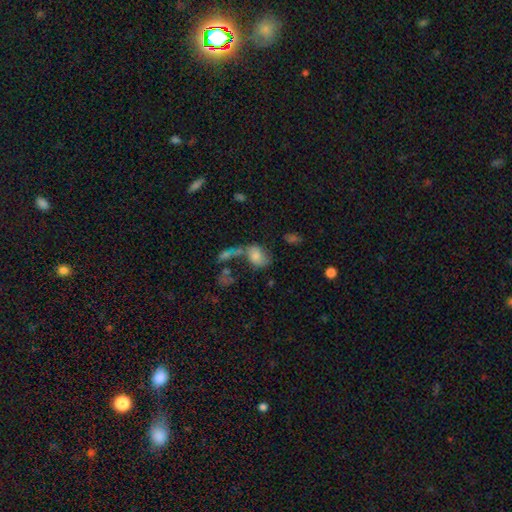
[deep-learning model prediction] Smooth or featured: smooth — 64% (featured or disk — 25%)
How rounded: in between — 78% (round — 20%)
Merging: none — 32% (merger — 29%)